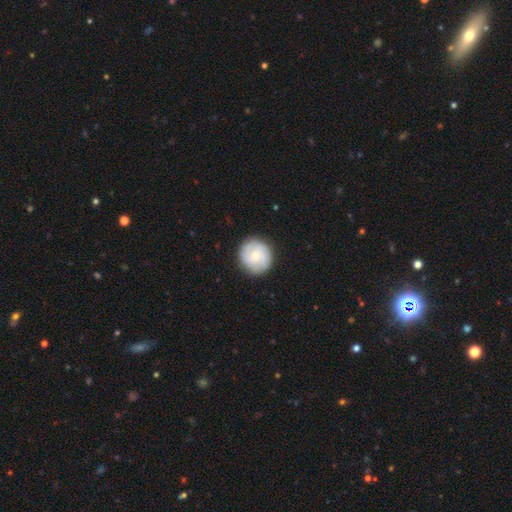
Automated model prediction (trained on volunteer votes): featured or disk 49%, smooth 45%, star or artifact 6%. Down the decision tree: merging — none (87%).